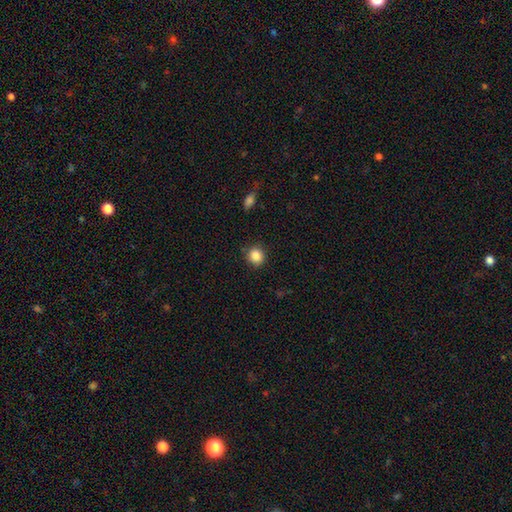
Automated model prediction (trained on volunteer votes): Q: Smooth or featured?
A: smooth (86%); runner-up: star or artifact (10%)
Q: How rounded?
A: round (87%); runner-up: in between (12%)
Q: Merging?
A: none (87%); runner-up: minor disturbance (9%)